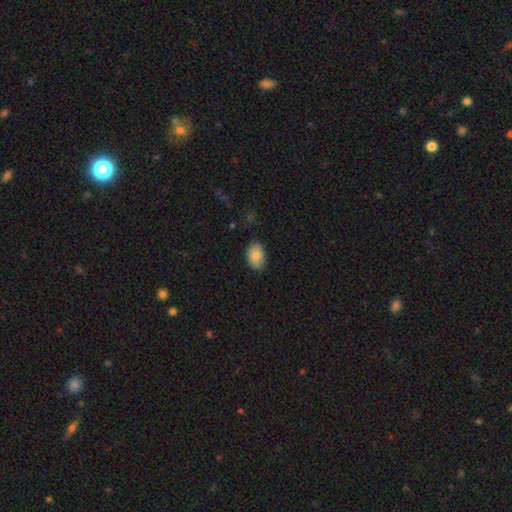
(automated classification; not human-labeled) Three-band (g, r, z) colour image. It shows a smooth galaxy with no disk features (87%) that is in between round and cigar-shaped (86%). Merging: none (84%).